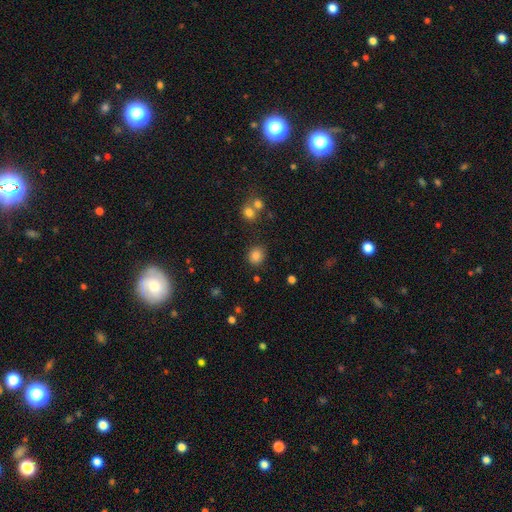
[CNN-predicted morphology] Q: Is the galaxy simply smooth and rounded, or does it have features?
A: smooth — 83%.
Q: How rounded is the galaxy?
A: round — 80%.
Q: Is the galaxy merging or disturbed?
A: none — 83%.